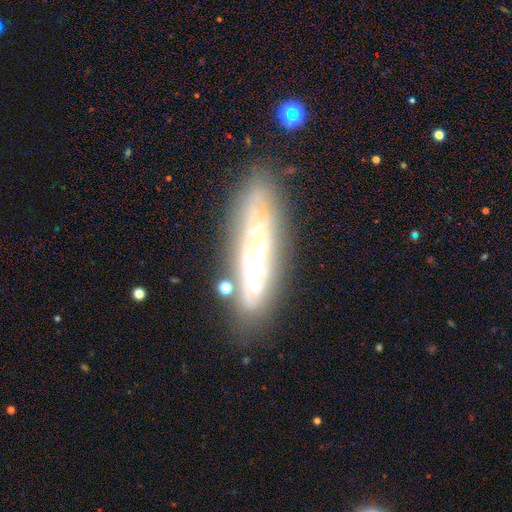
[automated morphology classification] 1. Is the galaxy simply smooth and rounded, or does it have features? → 70% featured or disk, 20% smooth, 9% star or artifact.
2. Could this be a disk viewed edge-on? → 60% no, 40% yes.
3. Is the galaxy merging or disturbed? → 76% none, 15% minor disturbance, 6% major disturbance, 4% merger.